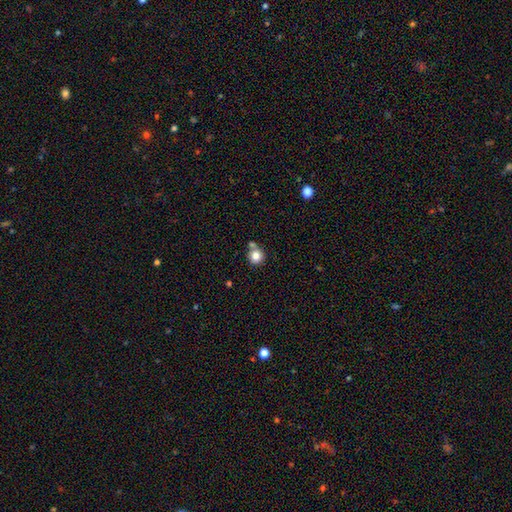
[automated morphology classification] smooth-or-featured: smooth: 82% | star or artifact: 10% | featured or disk: 7%
  how-rounded: round: 92% | in between: 7% | cigar-shaped: 1%
  merging: none: 62% | merger: 24% | minor disturbance: 11% | major disturbance: 3%